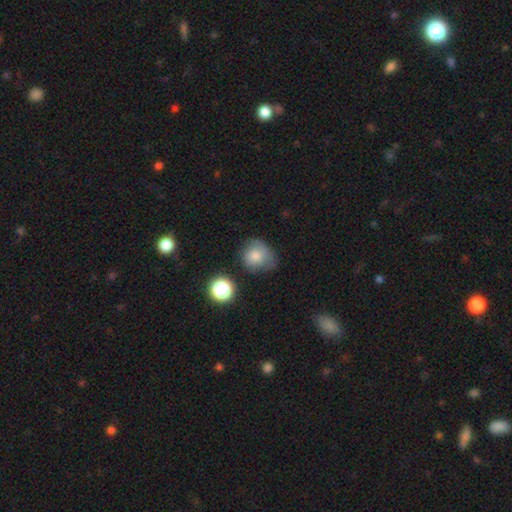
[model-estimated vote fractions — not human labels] Smooth or featured?
  - smooth: 77% *
  - featured or disk: 12%
  - star or artifact: 11%
How rounded?
  - round: 73% *
  - in between: 26%
  - cigar-shaped: 1%
Merging?
  - none: 49% *
  - minor disturbance: 34%
  - major disturbance: 13%
  - merger: 4%